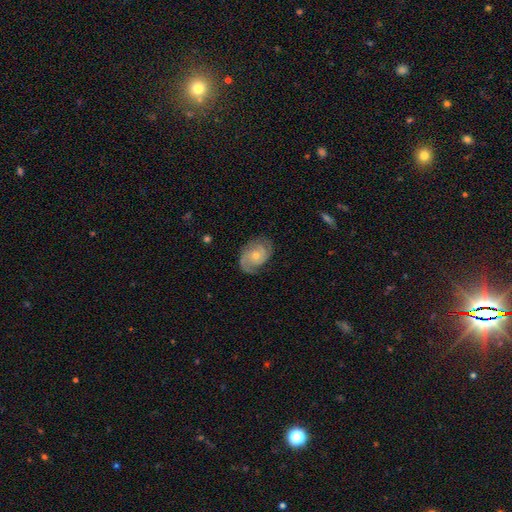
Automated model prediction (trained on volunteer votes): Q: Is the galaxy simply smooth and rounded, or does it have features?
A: featured or disk — 76%.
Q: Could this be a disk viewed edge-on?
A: no — 97%.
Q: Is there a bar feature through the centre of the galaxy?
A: no — 73%.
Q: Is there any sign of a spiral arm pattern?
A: yes — 94%.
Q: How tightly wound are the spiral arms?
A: tight — 42%, tied with medium.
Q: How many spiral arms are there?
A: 2 — 69%.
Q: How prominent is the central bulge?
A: small — 52%.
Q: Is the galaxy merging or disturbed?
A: none — 74%.